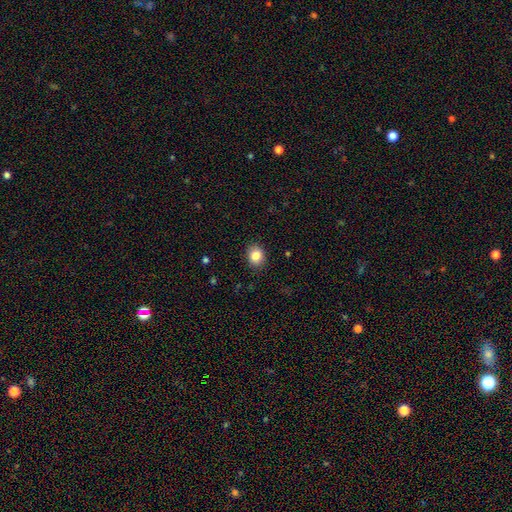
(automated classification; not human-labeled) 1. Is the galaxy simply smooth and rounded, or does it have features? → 85% smooth, 9% star or artifact, 6% featured or disk.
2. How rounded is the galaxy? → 58% round, 41% in between, 1% cigar-shaped.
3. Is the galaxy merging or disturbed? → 89% none, 8% minor disturbance, 2% major disturbance, 1% merger.